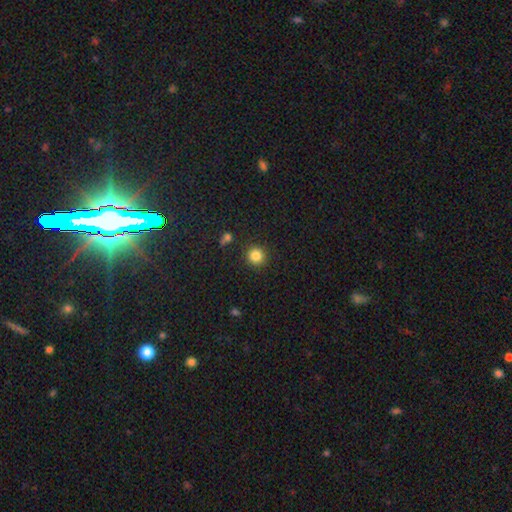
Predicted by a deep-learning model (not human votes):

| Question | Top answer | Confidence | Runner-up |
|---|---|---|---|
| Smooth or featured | smooth | 84% | star or artifact (12%) |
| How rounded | round | 94% | in between (5%) |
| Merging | none | 89% | minor disturbance (6%) |